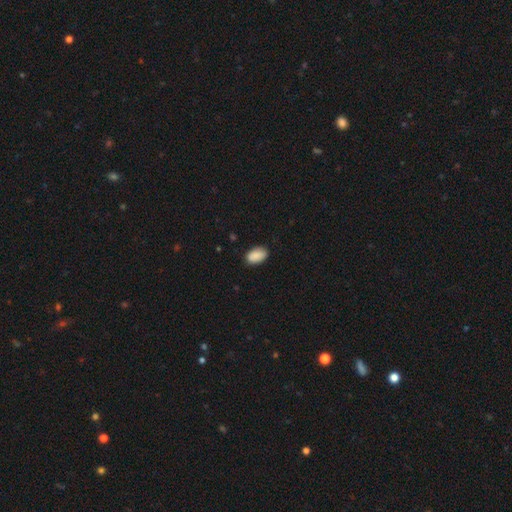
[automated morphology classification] Overall: smooth (89%). How rounded: in between (92%). Merging: none (84%).